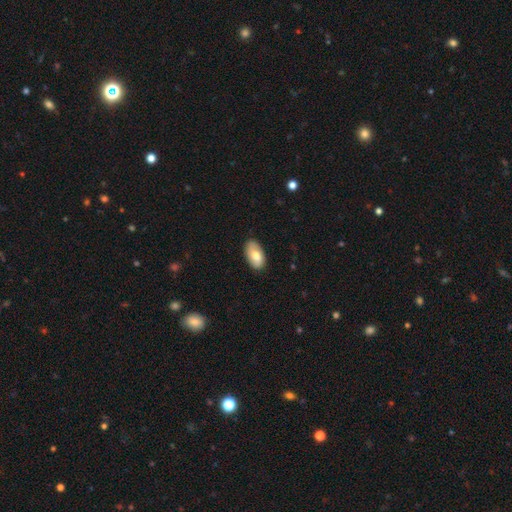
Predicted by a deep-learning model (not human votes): smooth_or_featured: smooth (p=0.70) [alt: featured or disk p=0.24]
how_rounded: in between (p=0.94) [alt: round p=0.04]
merging: none (p=0.81) [alt: minor disturbance p=0.15]